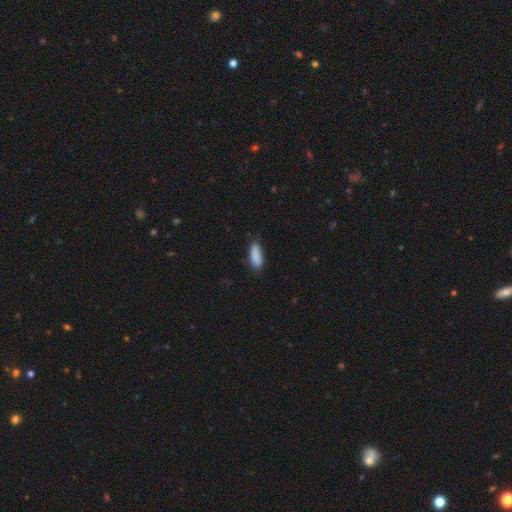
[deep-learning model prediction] Smooth or featured? smooth (89%)
How rounded? in between (61%)
Merging? none (78%)